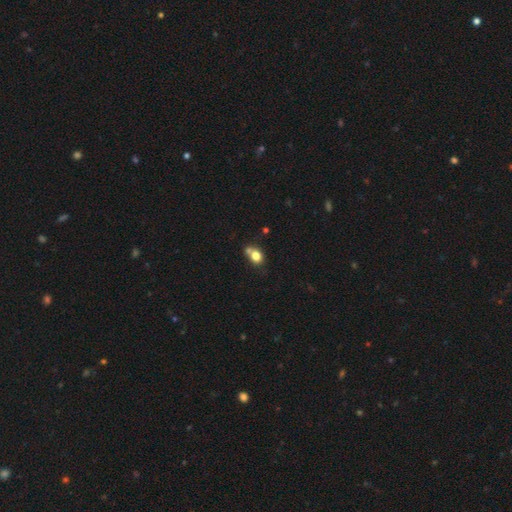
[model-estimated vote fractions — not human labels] Smooth or featured: smooth — 78% (featured or disk — 11%)
How rounded: round — 51% (in between — 48%)
Merging: none — 47% (merger — 32%)